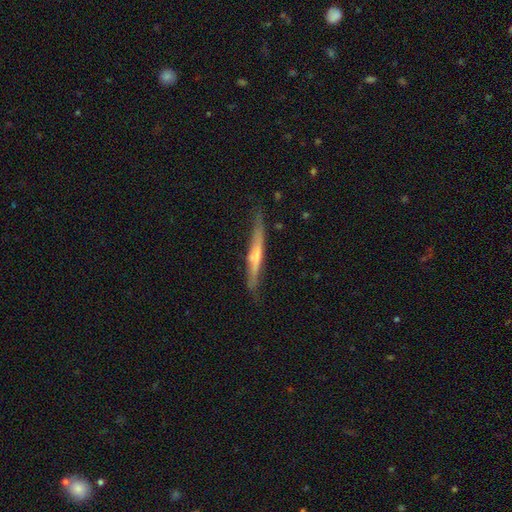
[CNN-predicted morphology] Smooth or featured? featured or disk (56%)
Edge-on disk? yes (94%)
Edge-on bulge? none (48%)
Merging? none (75%)